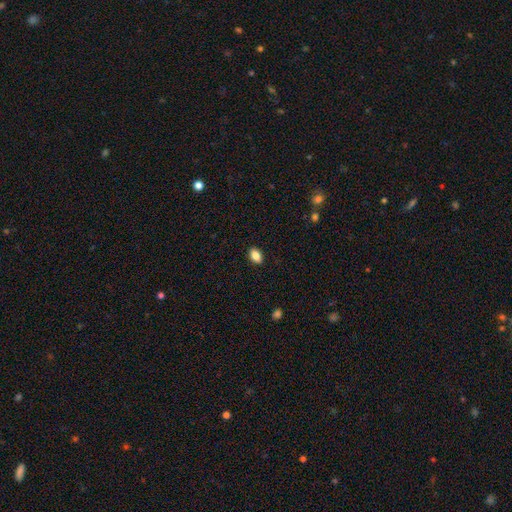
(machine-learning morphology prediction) smooth 86%, star or artifact 8%, featured or disk 6%. Down the decision tree: how rounded — in between (88%); merging — none (89%).